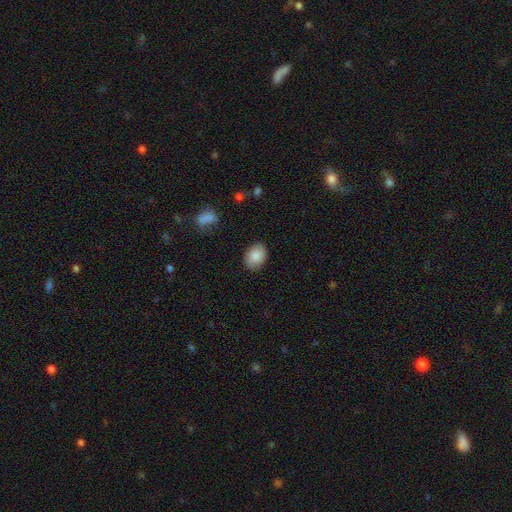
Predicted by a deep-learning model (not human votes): This is clearly a smooth galaxy (87%). How rounded: likely in between (74%). Merging: clearly none (85%).